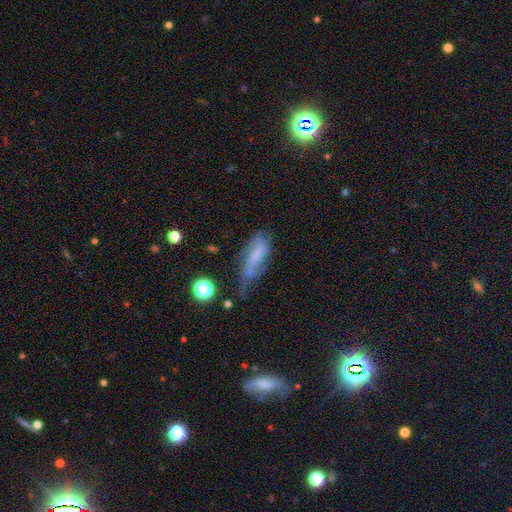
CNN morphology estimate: Smooth or featured: smooth — 47% (featured or disk — 40%)
Merging: minor disturbance — 34% (none — 30%)